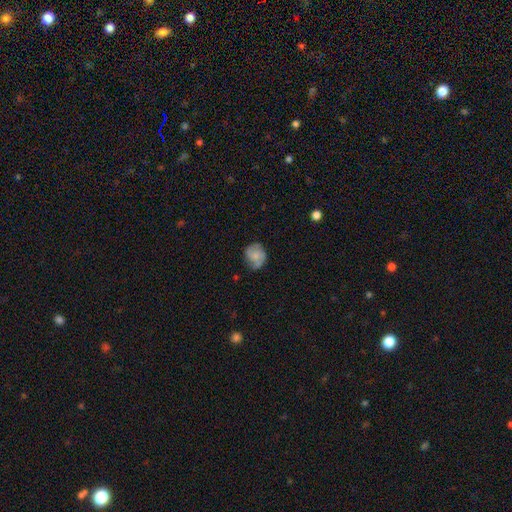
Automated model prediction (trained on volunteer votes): Smooth or featured: smooth — 49% (featured or disk — 43%)
Merging: none — 66% (minor disturbance — 24%)